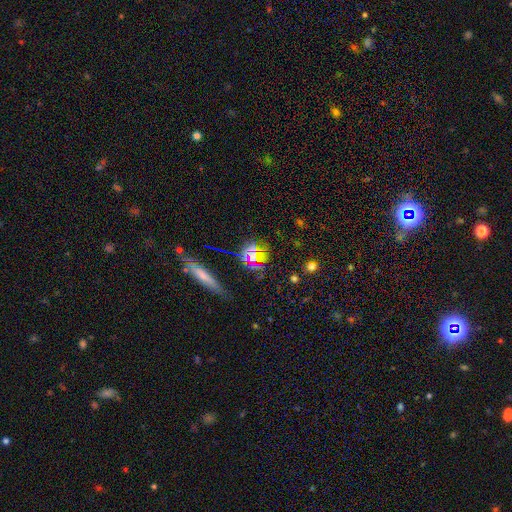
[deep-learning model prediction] smooth_or_featured: star or artifact (p=0.45) [alt: smooth p=0.40]